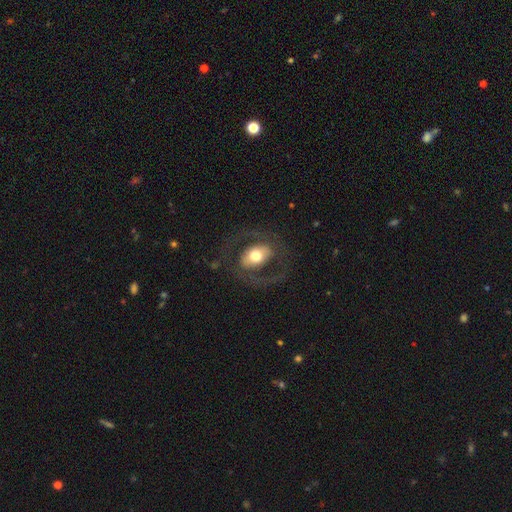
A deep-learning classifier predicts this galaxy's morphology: type=featured or disk (60%); edge-on=no (94%); bar=no (47%); spiral arms=yes (52%); bulge=moderate (60%); merging=none (71%).